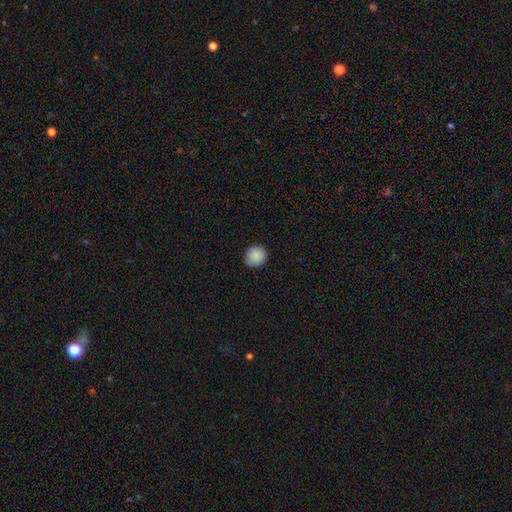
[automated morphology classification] Smooth or featured: smooth — 89% (star or artifact — 8%)
How rounded: round — 86% (in between — 13%)
Merging: none — 88% (minor disturbance — 9%)